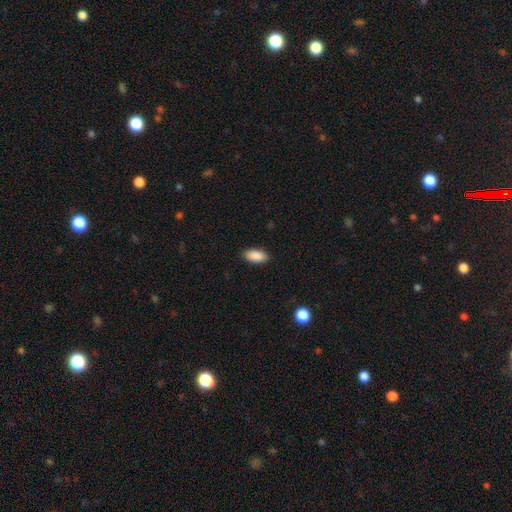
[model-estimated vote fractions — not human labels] smooth_or_featured: smooth (p=0.90) [alt: star or artifact p=0.07]
how_rounded: in between (p=0.93) [alt: cigar-shaped p=0.05]
merging: none (p=0.89) [alt: minor disturbance p=0.08]